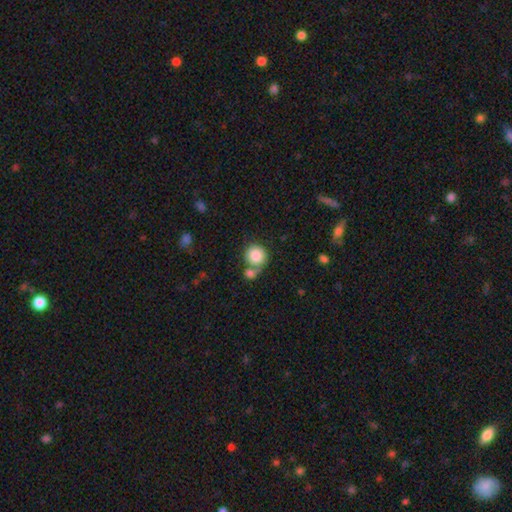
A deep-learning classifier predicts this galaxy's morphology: Smooth or featured?
  - smooth: 85% *
  - star or artifact: 8%
  - featured or disk: 8%
How rounded?
  - round: 90% *
  - in between: 9%
  - cigar-shaped: 1%
Merging?
  - none: 51% *
  - merger: 34%
  - minor disturbance: 11%
  - major disturbance: 5%